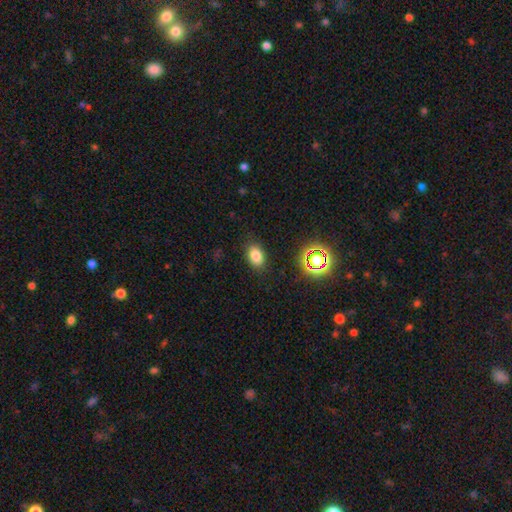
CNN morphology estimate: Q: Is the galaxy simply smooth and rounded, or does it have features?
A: smooth — 79%.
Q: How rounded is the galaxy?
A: in between — 83%.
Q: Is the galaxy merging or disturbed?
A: none — 85%.